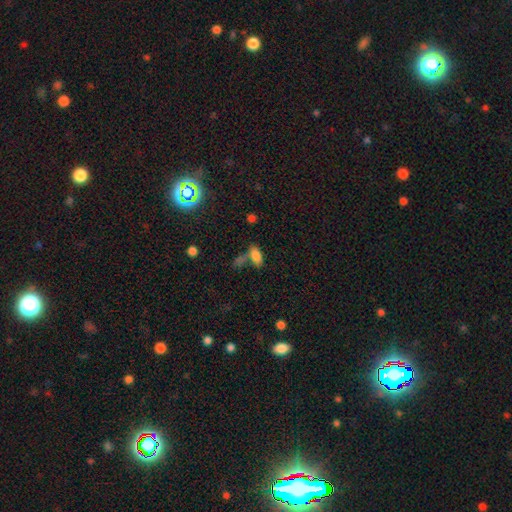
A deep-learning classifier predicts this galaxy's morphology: Smooth or featured: smooth — 79% (star or artifact — 12%)
How rounded: in between — 89% (cigar-shaped — 7%)
Merging: none — 47% (merger — 31%)